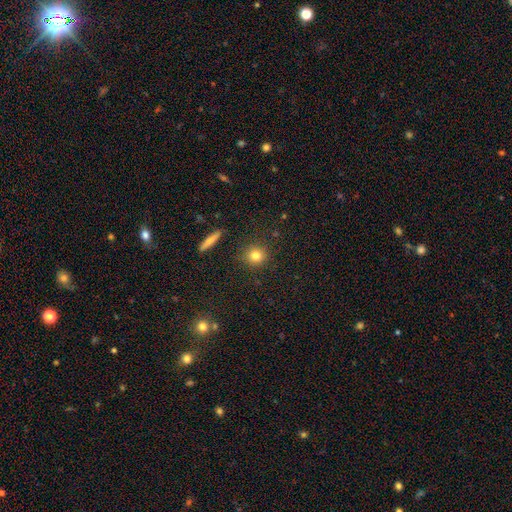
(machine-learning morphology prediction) Overall: smooth (80%). How rounded: round (91%). Merging: none (89%).